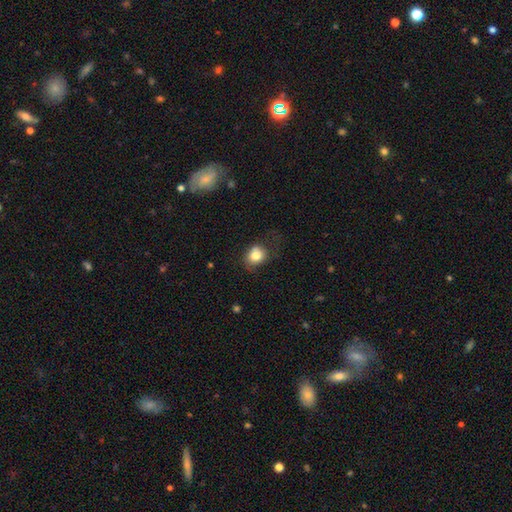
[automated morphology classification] A smooth galaxy with no disk features (79%) that is round (59%).

Vote fractions:
- Smooth or featured? smooth: 79% / featured or disk: 11% / star or artifact: 10%
- How rounded? round: 59% / in between: 40% / cigar-shaped: 1%
- Merging? none: 52% / minor disturbance: 27% / major disturbance: 14% / merger: 7%